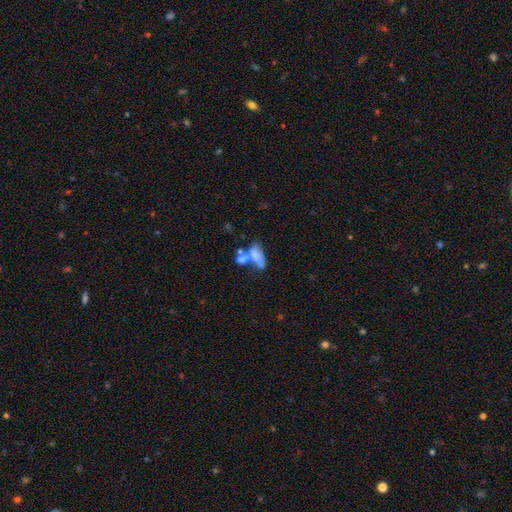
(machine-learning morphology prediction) smooth_or_featured: smooth (p=0.59) [alt: featured or disk p=0.30]
how_rounded: in between (p=0.73) [alt: cigar-shaped p=0.21]
merging: merger (p=0.54) [alt: none p=0.21]